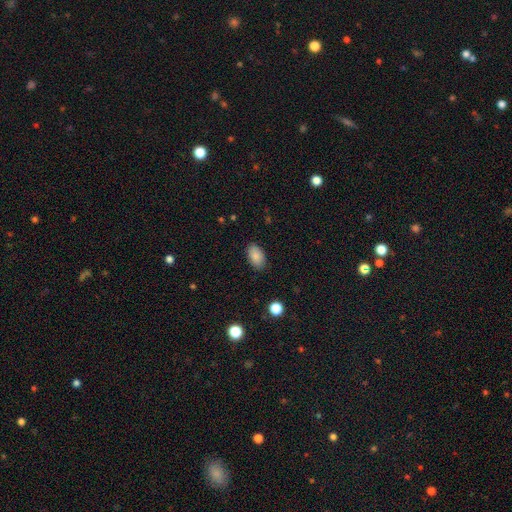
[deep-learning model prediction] smooth-or-featured: smooth: 86% | star or artifact: 8% | featured or disk: 6%
  how-rounded: in between: 93% | round: 6% | cigar-shaped: 2%
  merging: none: 86% | minor disturbance: 11% | major disturbance: 3% | merger: 1%